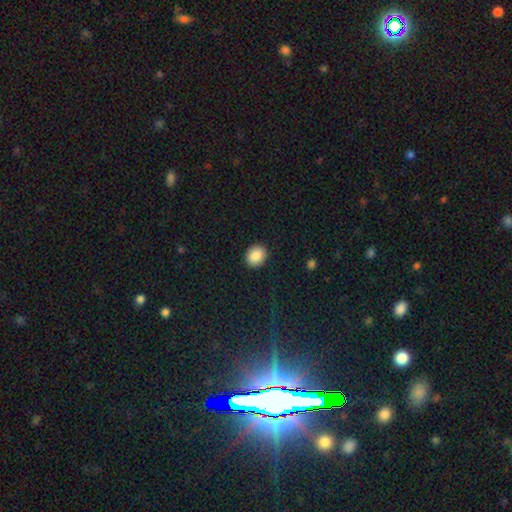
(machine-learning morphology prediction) Smooth or featured?
  - smooth: 88% *
  - star or artifact: 8%
  - featured or disk: 5%
How rounded?
  - round: 58% *
  - in between: 41%
  - cigar-shaped: 1%
Merging?
  - none: 91% *
  - minor disturbance: 7%
  - major disturbance: 2%
  - merger: 1%